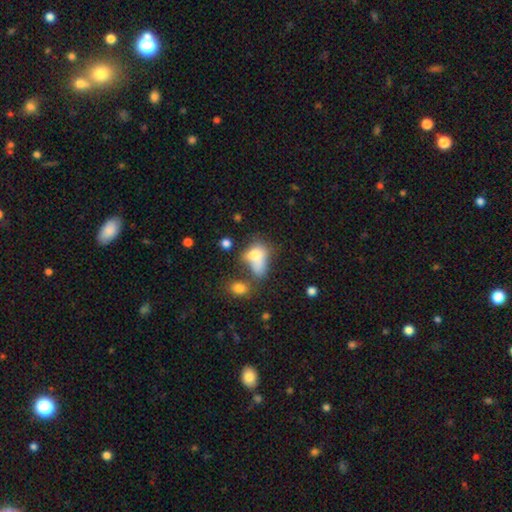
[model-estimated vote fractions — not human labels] Q: Smooth or featured?
A: smooth (72%); runner-up: featured or disk (16%)
Q: How rounded?
A: in between (79%); runner-up: round (18%)
Q: Merging?
A: merger (37%); runner-up: major disturbance (23%)